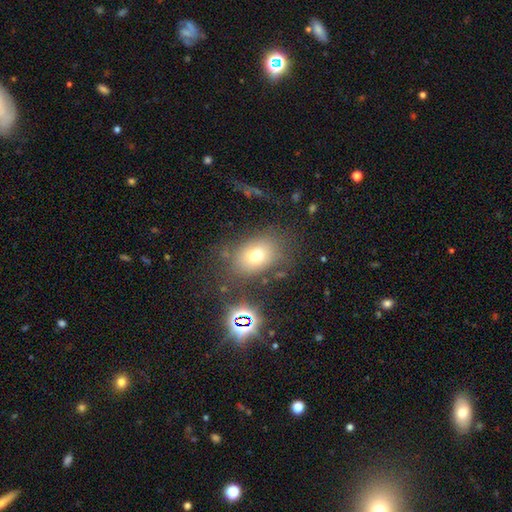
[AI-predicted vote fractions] Smooth or featured? smooth (70%)
How rounded? in between (70%)
Merging? none (73%)